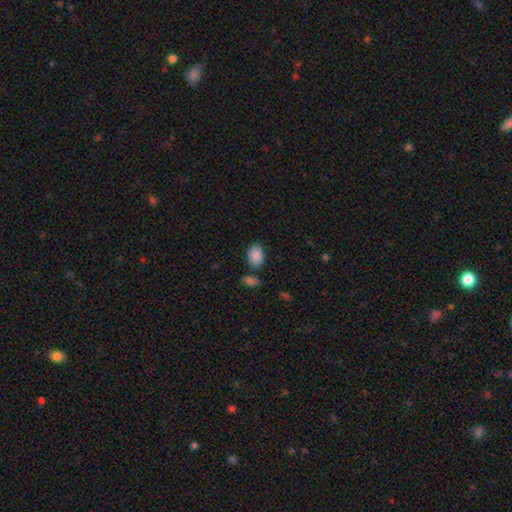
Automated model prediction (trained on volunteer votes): This appears to be a smooth galaxy with no disk features (87%) that is in between round and cigar-shaped (80%). Merging: none (66%).